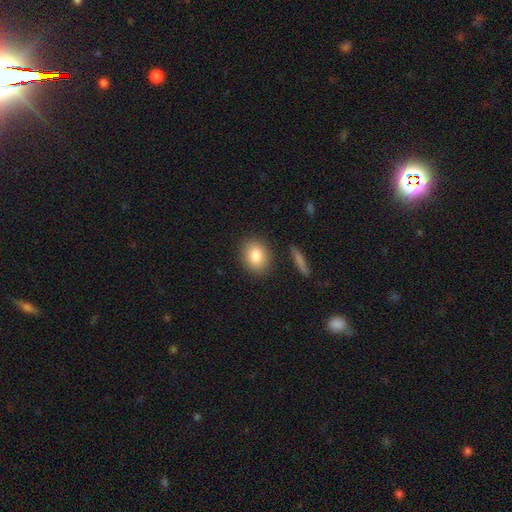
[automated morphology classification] This appears to be a smooth galaxy with no disk features (83%) that is in between round and cigar-shaped (51%). Merging: none (85%).